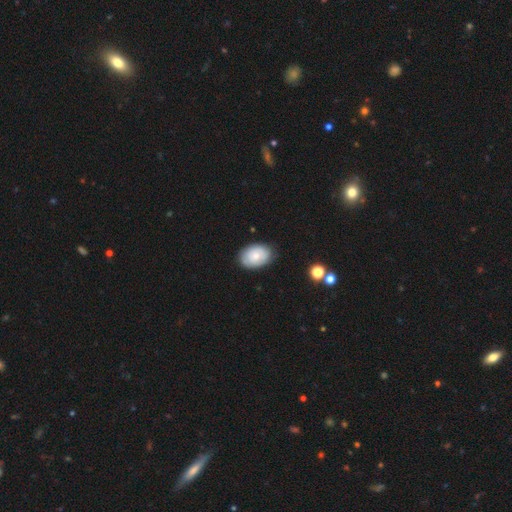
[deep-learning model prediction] Smooth or featured? smooth (64%)
How rounded? in between (81%)
Merging? none (79%)